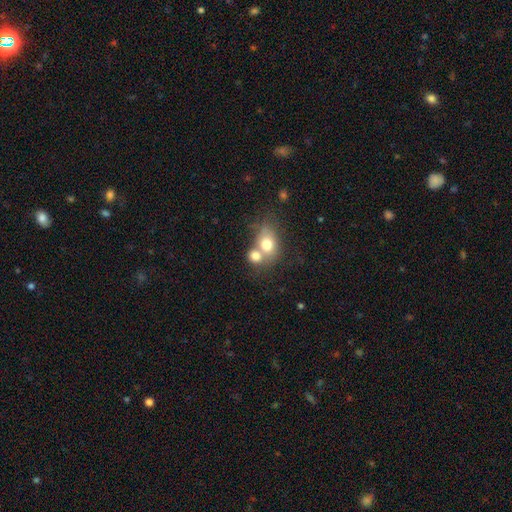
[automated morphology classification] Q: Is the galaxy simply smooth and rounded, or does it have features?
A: smooth — 74%.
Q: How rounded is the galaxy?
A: in between — 49%, tied with round.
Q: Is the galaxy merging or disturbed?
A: merger — 60%.